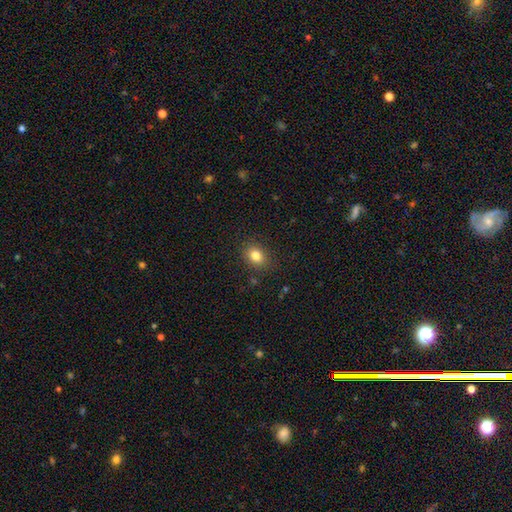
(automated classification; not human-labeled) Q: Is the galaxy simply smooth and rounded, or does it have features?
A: smooth — 82%.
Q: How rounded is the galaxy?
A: in between — 58%.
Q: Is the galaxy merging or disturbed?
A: none — 85%.